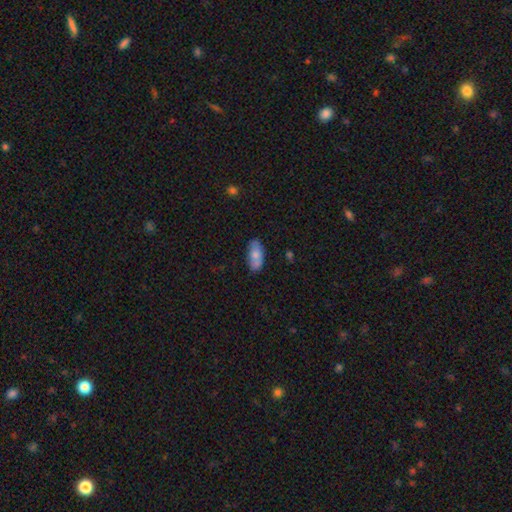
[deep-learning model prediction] Overall: smooth (72%). How rounded: in between (90%). Merging: none (66%).